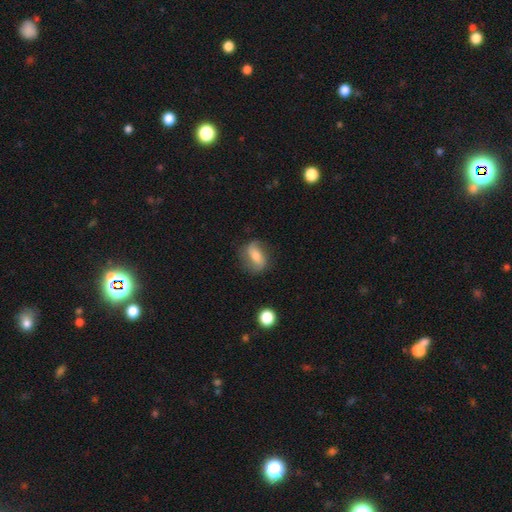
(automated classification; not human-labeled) This is possibly a smooth galaxy (52%). How rounded: likely in between (72%). Merging: likely none (71%).